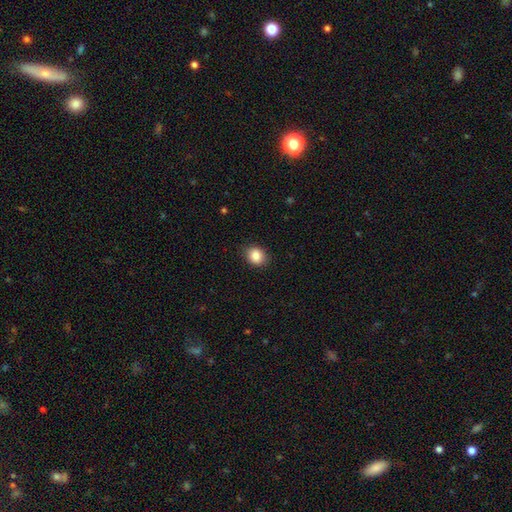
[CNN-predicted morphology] A smooth galaxy with no disk features (86%) that is round (54%).

Vote fractions:
- Smooth or featured? smooth: 86% / star or artifact: 9% / featured or disk: 5%
- How rounded? round: 54% / in between: 45% / cigar-shaped: 1%
- Merging? none: 86% / minor disturbance: 10% / major disturbance: 2% / merger: 1%